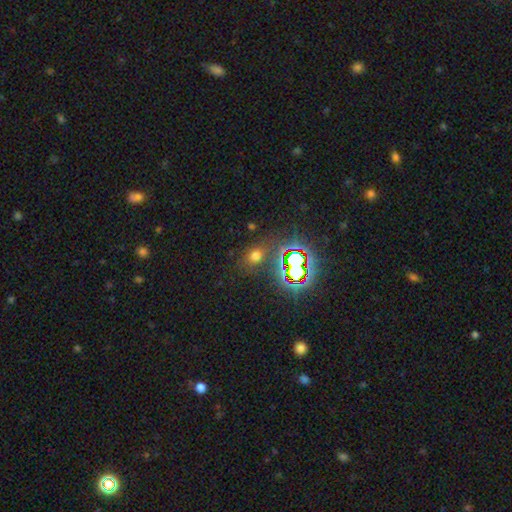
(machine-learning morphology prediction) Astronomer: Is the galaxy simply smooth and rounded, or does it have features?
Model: smooth — 53% (runner-up: star or artifact, 38%).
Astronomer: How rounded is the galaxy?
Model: round — 57% (runner-up: in between, 42%).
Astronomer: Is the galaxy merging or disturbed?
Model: none — 79%.